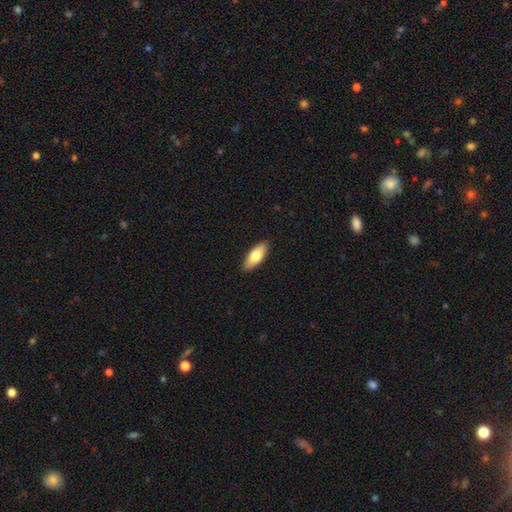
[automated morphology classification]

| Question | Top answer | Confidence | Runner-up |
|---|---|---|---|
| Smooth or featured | smooth | 75% | featured or disk (20%) |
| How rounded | in between | 80% | cigar-shaped (18%) |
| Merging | none | 89% | minor disturbance (9%) |